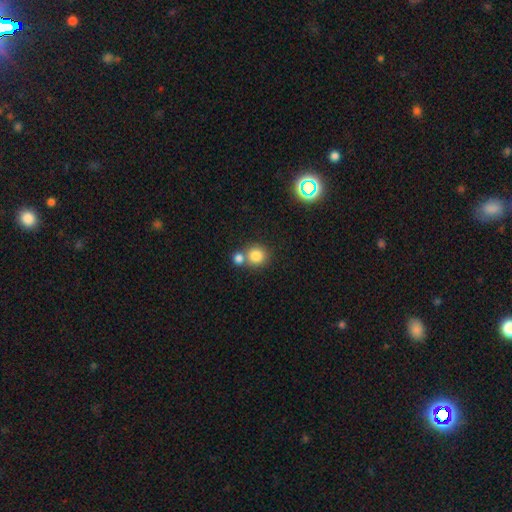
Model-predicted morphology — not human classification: Q: Smooth or featured?
A: smooth (82%); runner-up: star or artifact (11%)
Q: How rounded?
A: round (88%); runner-up: in between (11%)
Q: Merging?
A: none (55%); runner-up: merger (35%)